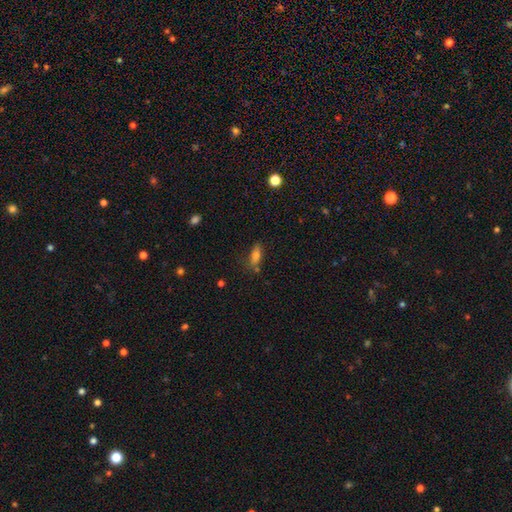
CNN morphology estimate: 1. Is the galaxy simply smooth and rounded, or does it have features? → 73% smooth, 15% featured or disk, 11% star or artifact.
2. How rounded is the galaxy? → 67% in between, 30% cigar-shaped, 4% round.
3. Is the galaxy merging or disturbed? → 69% none, 19% minor disturbance, 7% merger, 5% major disturbance.